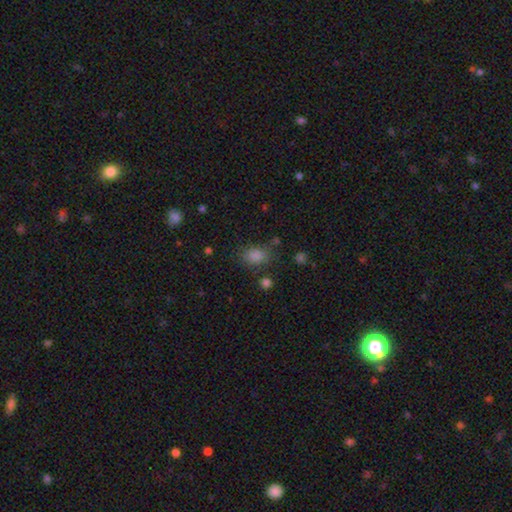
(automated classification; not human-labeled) A smooth galaxy with no disk features (83%) that is in between round and cigar-shaped (74%).

Vote fractions:
- Smooth or featured? smooth: 83% / star or artifact: 13% / featured or disk: 5%
- How rounded? in between: 74% / round: 25% / cigar-shaped: 1%
- Merging? none: 72% / minor disturbance: 17% / major disturbance: 6% / merger: 4%